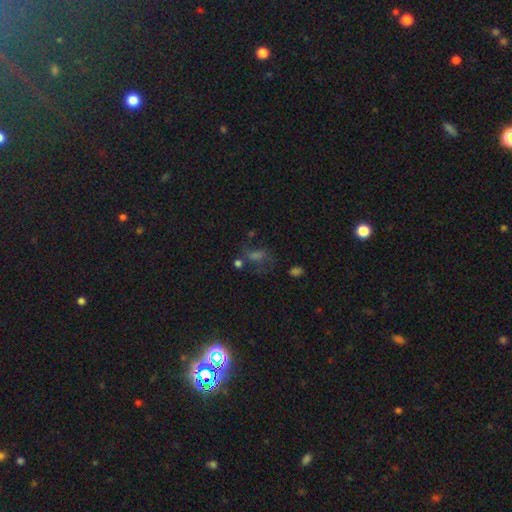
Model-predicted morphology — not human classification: Smooth or featured: star or artifact — 45% (smooth — 28%)